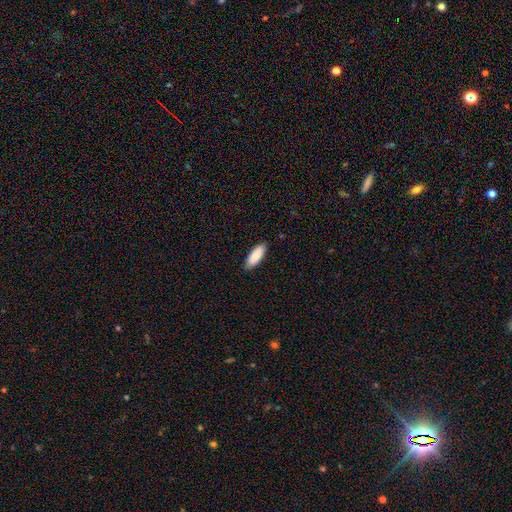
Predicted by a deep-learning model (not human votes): Smooth or featured? Predicted: smooth (p=0.87). How rounded? Predicted: in between (p=0.73). Merging? Predicted: none (p=0.88).